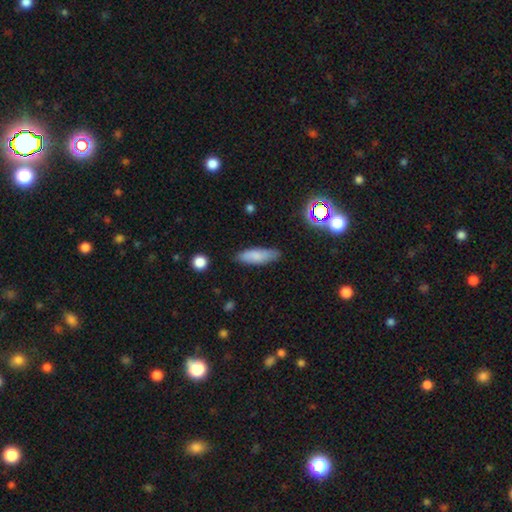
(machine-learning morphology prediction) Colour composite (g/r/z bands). It shows a smooth galaxy with no disk features (80%) that is in between round and cigar-shaped (56%). Merging: none (79%).